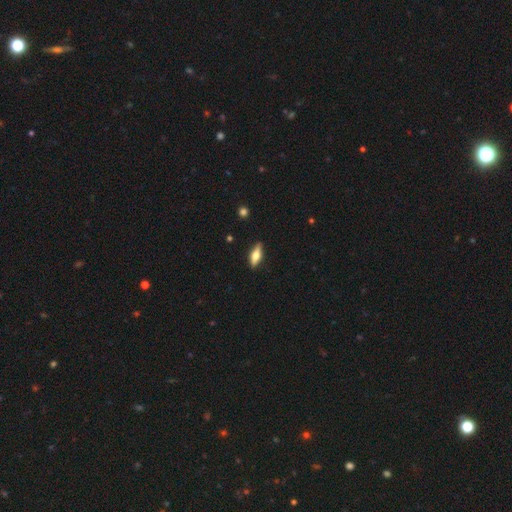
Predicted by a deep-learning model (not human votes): Smooth or featured? smooth (48%)
Merging? none (87%)